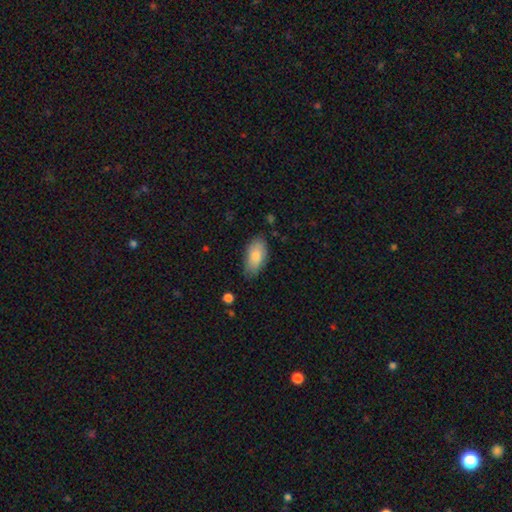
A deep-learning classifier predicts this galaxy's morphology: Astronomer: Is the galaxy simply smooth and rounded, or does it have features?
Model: smooth — 82%.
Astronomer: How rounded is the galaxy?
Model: in between — 92%.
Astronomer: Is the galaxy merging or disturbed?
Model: none — 76%.